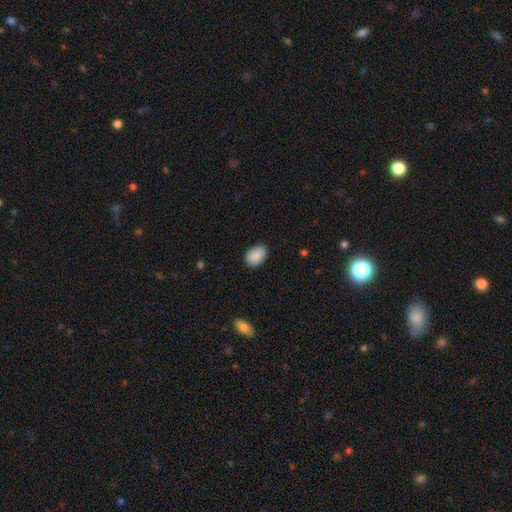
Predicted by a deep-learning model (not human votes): A smooth galaxy with no disk features (90%) that is in between round and cigar-shaped (84%).

Vote fractions:
- Smooth or featured? smooth: 90% / star or artifact: 7% / featured or disk: 3%
- How rounded? in between: 84% / round: 15% / cigar-shaped: 1%
- Merging? none: 82% / minor disturbance: 14% / major disturbance: 3% / merger: 1%